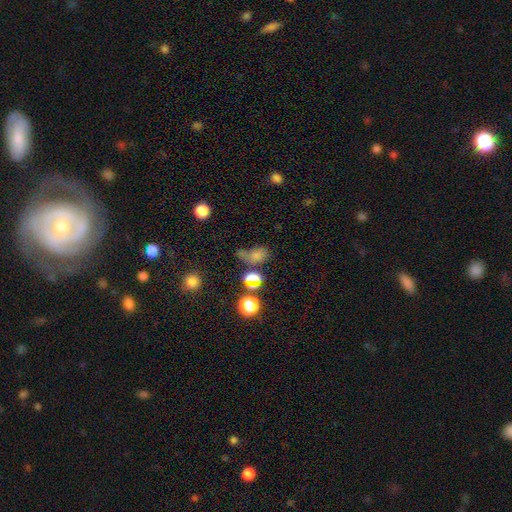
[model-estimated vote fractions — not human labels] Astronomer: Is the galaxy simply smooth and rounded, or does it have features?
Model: smooth — 65%.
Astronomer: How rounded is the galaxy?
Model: in between — 63%.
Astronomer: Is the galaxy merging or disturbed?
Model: none — 42% (runner-up: merger, 23%).